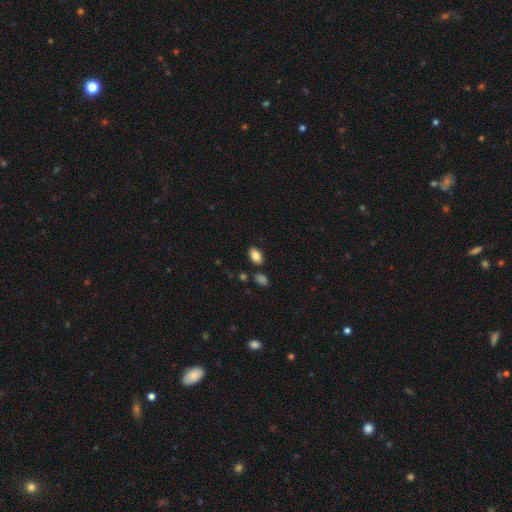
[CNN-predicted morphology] Smooth or featured? Predicted: smooth (p=0.85). How rounded? Predicted: in between (p=0.90). Merging? Predicted: none (p=0.83).